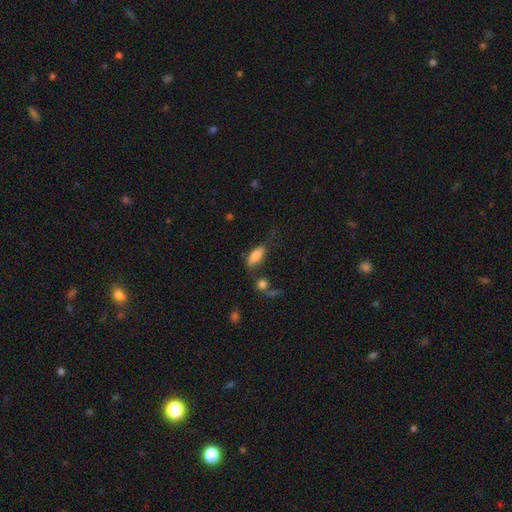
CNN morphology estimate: Q: Smooth or featured?
A: smooth (81%); runner-up: featured or disk (11%)
Q: How rounded?
A: in between (80%); runner-up: cigar-shaped (18%)
Q: Merging?
A: none (62%); runner-up: minor disturbance (23%)